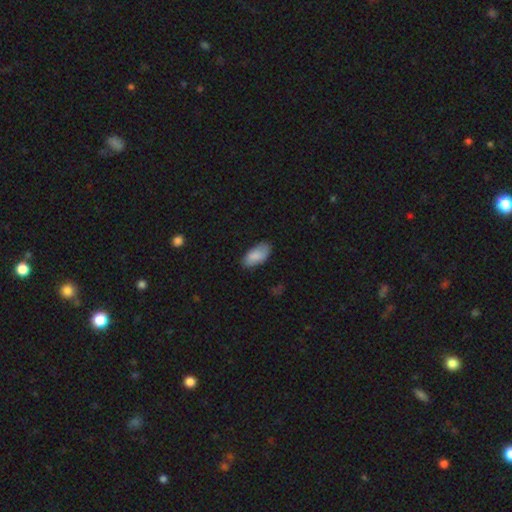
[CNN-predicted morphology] smooth_or_featured: smooth (p=0.85) [alt: featured or disk p=0.09]
how_rounded: in between (p=0.93) [alt: cigar-shaped p=0.05]
merging: none (p=0.78) [alt: minor disturbance p=0.17]